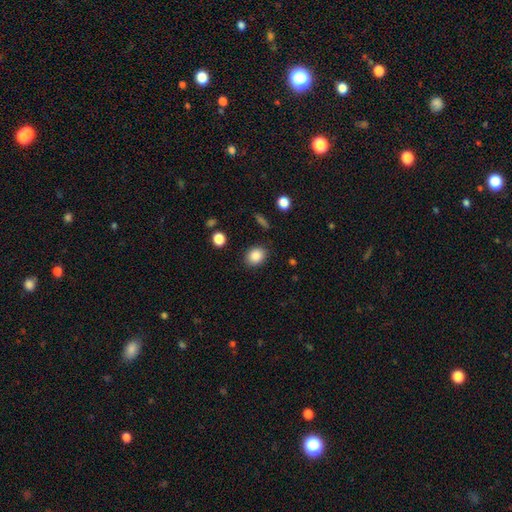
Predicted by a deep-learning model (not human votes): Smooth or featured? smooth (87%)
How rounded? in between (51%)
Merging? none (86%)